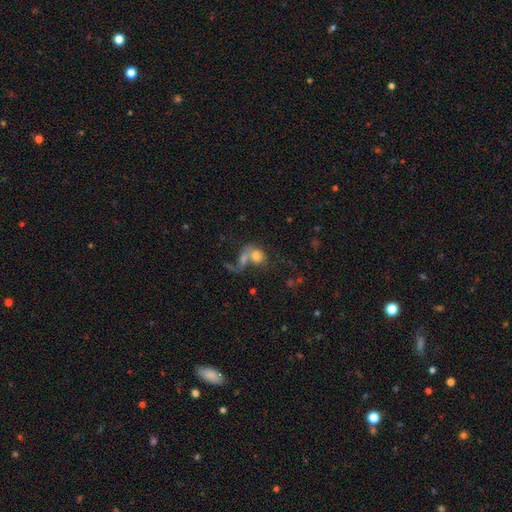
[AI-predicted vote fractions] A smooth galaxy with no disk features (66%) that is in between round and cigar-shaped (60%). Merging: merger (60%).